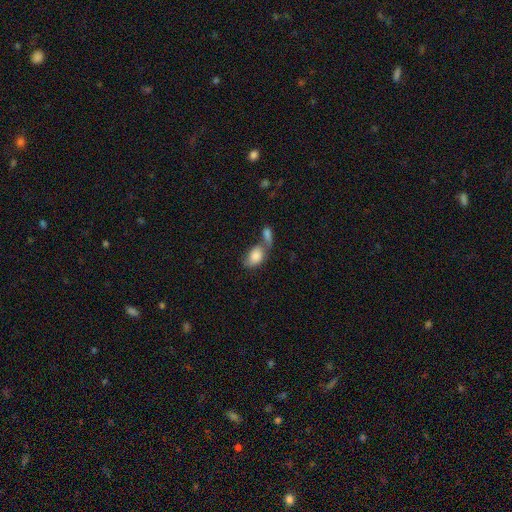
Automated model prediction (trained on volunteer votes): smooth-or-featured: smooth: 84% | featured or disk: 9% | star or artifact: 7%
  how-rounded: in between: 87% | round: 11% | cigar-shaped: 2%
  merging: merger: 53% | none: 30% | minor disturbance: 11% | major disturbance: 7%